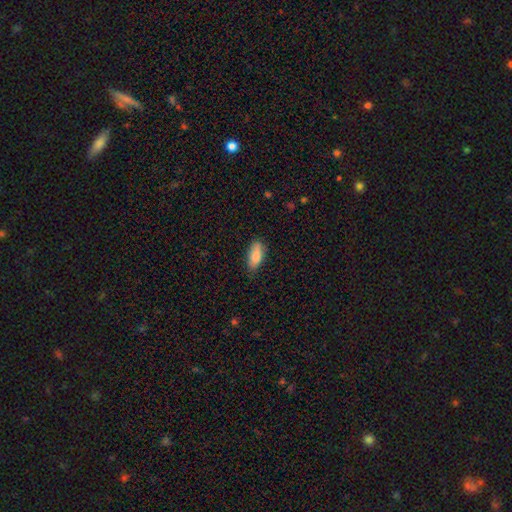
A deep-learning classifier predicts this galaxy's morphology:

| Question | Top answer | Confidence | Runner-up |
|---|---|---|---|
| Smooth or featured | smooth | 87% | featured or disk (7%) |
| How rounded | in between | 81% | cigar-shaped (17%) |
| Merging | none | 78% | minor disturbance (18%) |